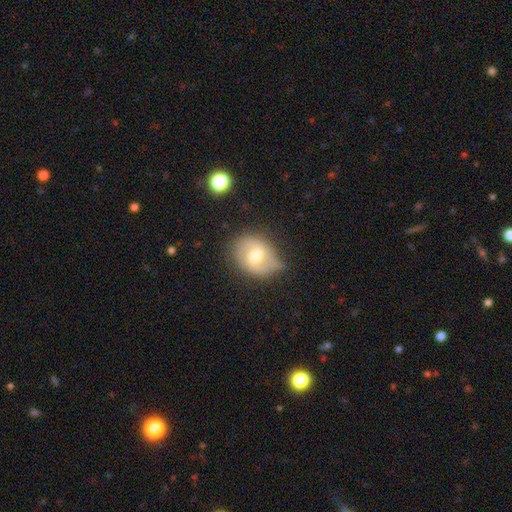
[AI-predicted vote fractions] Overall: featured or disk (48%; smooth 45%). Merging: none (57%; minor disturbance 31%).